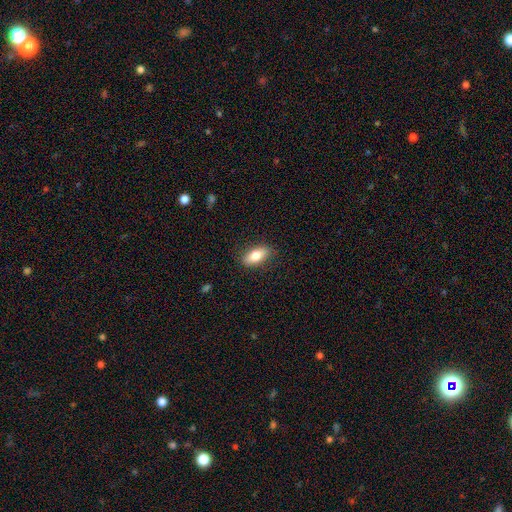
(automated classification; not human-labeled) Overall: smooth (77%). How rounded: in between (83%). Merging: none (87%).